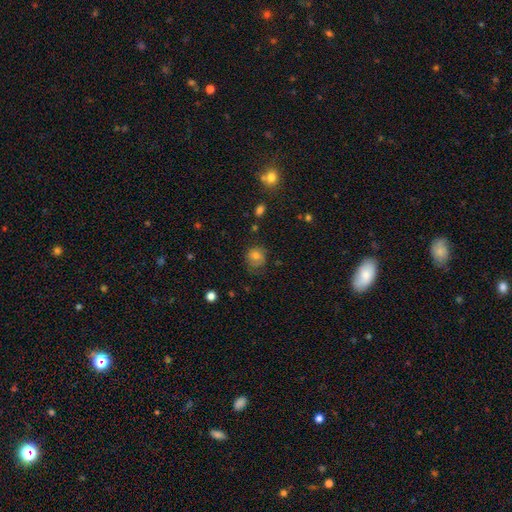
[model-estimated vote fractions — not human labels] This is likely a smooth galaxy (70%). How rounded: clearly round (81%). Merging: likely none (66%).